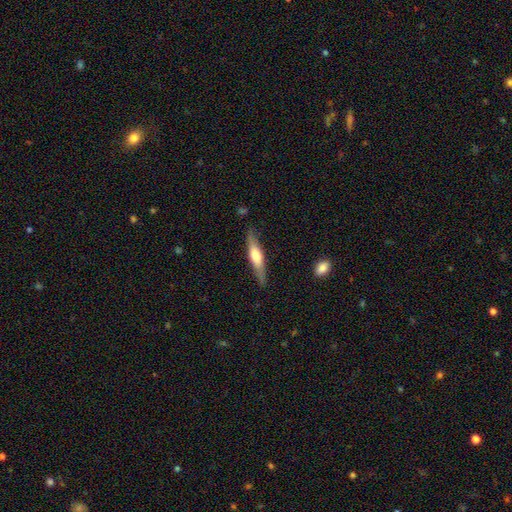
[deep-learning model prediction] A featured or disk galaxy (54%) viewed edge-on (92%). Merging: none (84%).